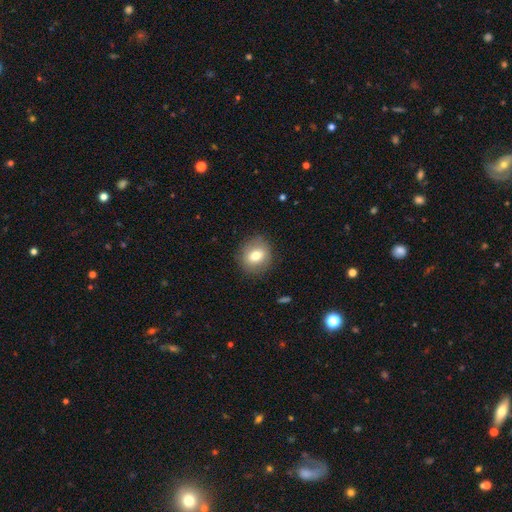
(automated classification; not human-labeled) The model was most divided on "how rounded": round: 70%, in between: 29%, cigar-shaped: 1%. More confident: merging — none (85%); smooth or featured — smooth (73%).